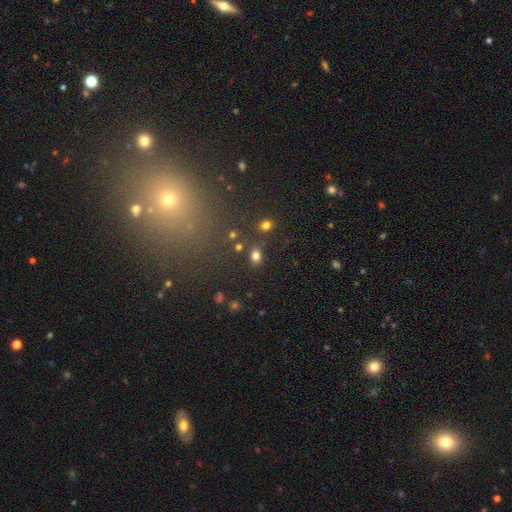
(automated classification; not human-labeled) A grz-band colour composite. It shows a smooth galaxy with no disk features (79%) that is in between round and cigar-shaped (76%). Merging: none (79%).